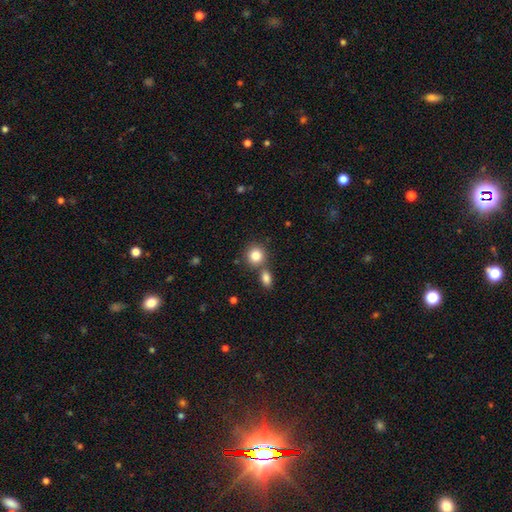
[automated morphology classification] A smooth galaxy with no disk features (84%) that is round (85%).

Vote fractions:
- Smooth or featured? smooth: 84% / star or artifact: 9% / featured or disk: 7%
- How rounded? round: 85% / in between: 14% / cigar-shaped: 1%
- Merging? none: 62% / merger: 26% / minor disturbance: 9% / major disturbance: 3%